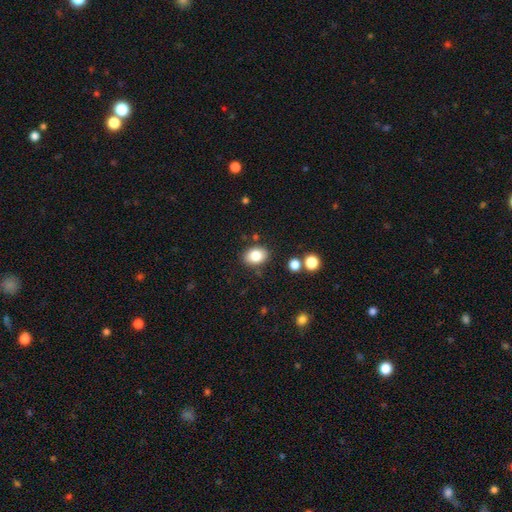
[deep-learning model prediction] smooth_or_featured: smooth (p=0.84) [alt: star or artifact p=0.09]
how_rounded: in between (p=0.74) [alt: round p=0.25]
merging: none (p=0.84) [alt: minor disturbance p=0.10]